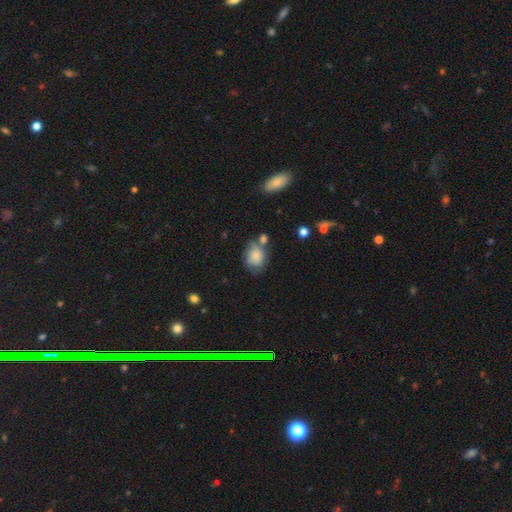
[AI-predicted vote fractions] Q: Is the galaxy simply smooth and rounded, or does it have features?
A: smooth — 75%.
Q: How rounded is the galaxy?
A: in between — 58%.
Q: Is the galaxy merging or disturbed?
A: none — 46%.